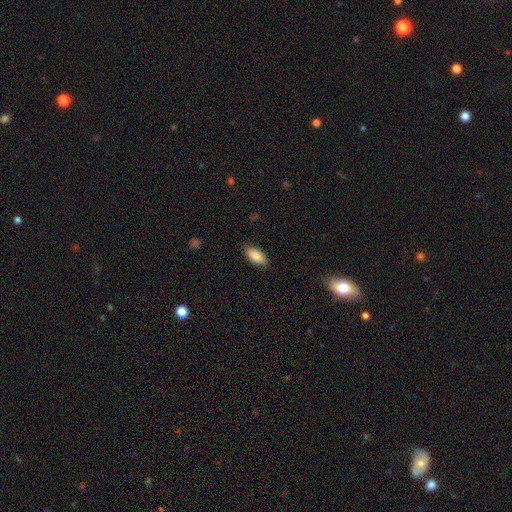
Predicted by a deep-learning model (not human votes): Smooth or featured? Predicted: smooth (p=0.83). How rounded? Predicted: in between (p=0.87). Merging? Predicted: none (p=0.85).